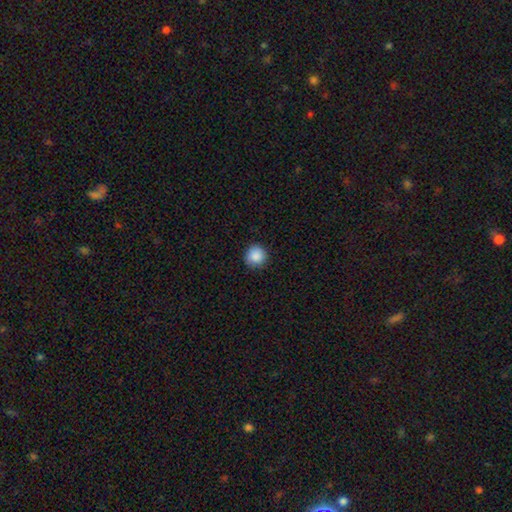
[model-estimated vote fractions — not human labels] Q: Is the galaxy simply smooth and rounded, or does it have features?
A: smooth — 88%.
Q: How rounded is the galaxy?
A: round — 94%.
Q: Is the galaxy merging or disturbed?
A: none — 89%.